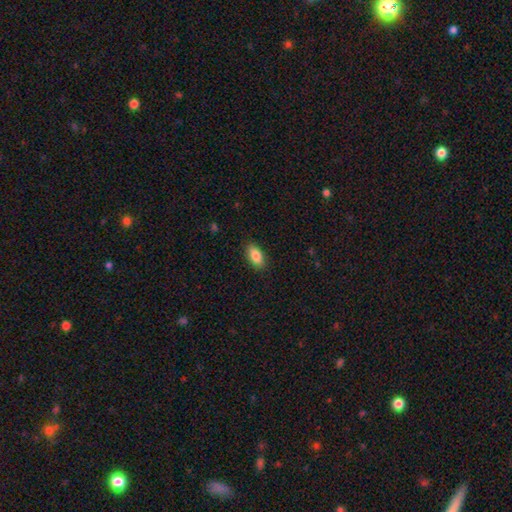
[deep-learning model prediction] This appears to be a smooth galaxy with no disk features (86%) that is in between round and cigar-shaped (91%). Merging: none (89%).